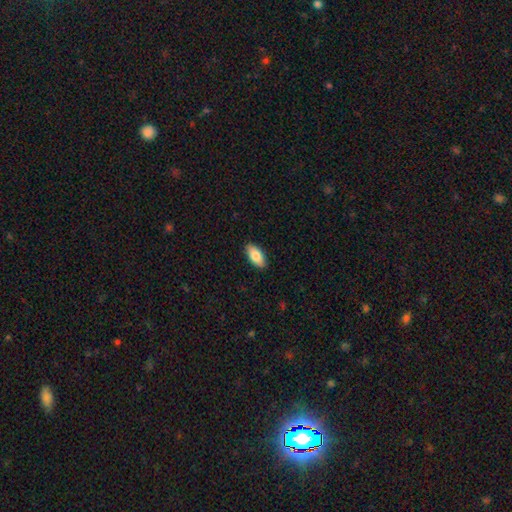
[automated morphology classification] Smooth or featured? Predicted: smooth (p=0.84). How rounded? Predicted: in between (p=0.91). Merging? Predicted: none (p=0.89).